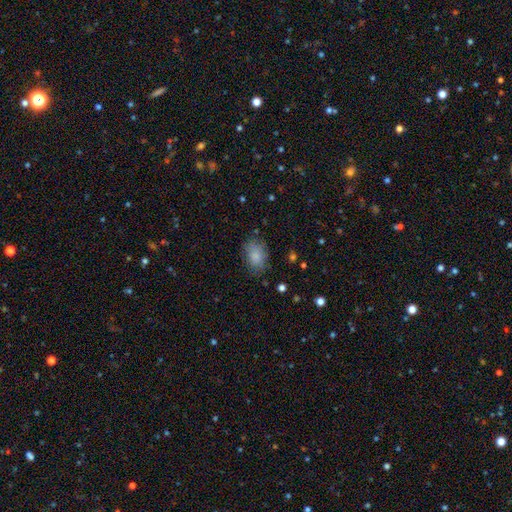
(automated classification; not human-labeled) Smooth or featured?
  - smooth: 84% *
  - star or artifact: 8%
  - featured or disk: 8%
How rounded?
  - in between: 77% *
  - round: 22%
  - cigar-shaped: 1%
Merging?
  - none: 73% *
  - minor disturbance: 19%
  - major disturbance: 6%
  - merger: 2%